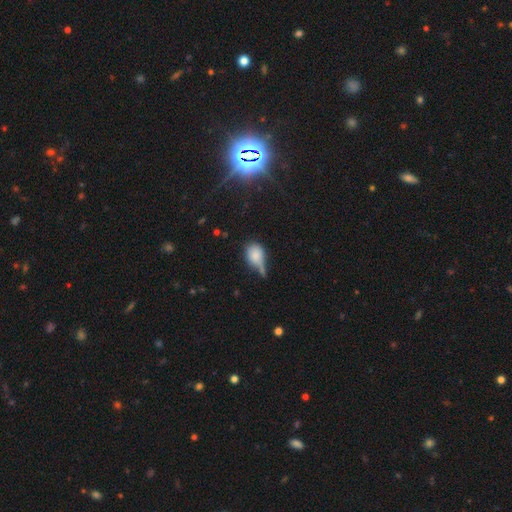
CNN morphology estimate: Smooth or featured? Predicted: smooth (p=0.76). How rounded? Predicted: in between (p=0.62). Merging? Predicted: minor disturbance (p=0.33).